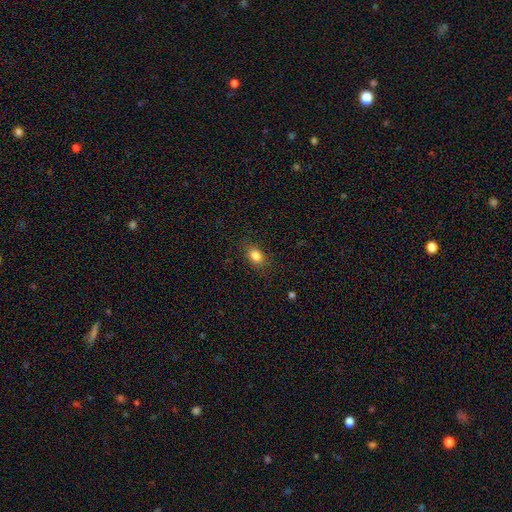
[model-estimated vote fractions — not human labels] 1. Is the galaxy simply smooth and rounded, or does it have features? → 83% smooth, 10% star or artifact, 7% featured or disk.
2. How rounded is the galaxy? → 70% in between, 27% round, 3% cigar-shaped.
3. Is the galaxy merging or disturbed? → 83% none, 12% minor disturbance, 4% major disturbance, 1% merger.